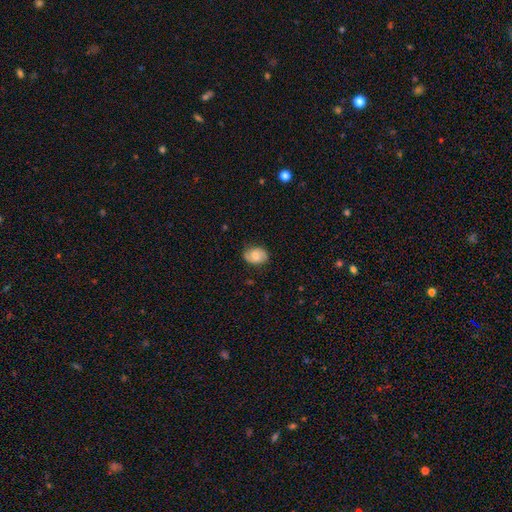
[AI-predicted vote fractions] The model was most divided on "smooth or featured": featured or disk: 51%, smooth: 41%, star or artifact: 8%. More confident: edge-on disk — no (97%); merging — none (79%).